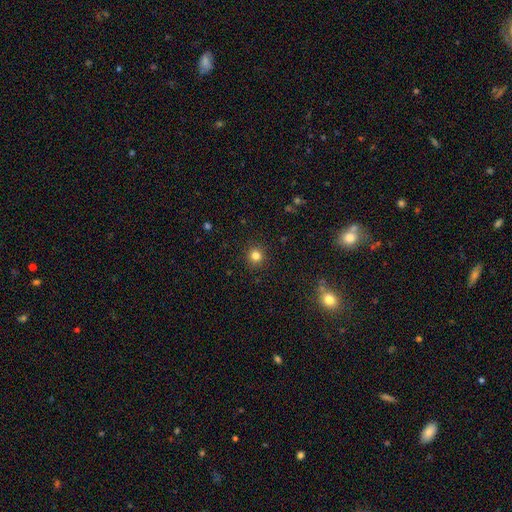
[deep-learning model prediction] smooth_or_featured: smooth (p=0.81) [alt: star or artifact p=0.13]
how_rounded: round (p=0.93) [alt: in between p=0.06]
merging: none (p=0.91) [alt: minor disturbance p=0.06]